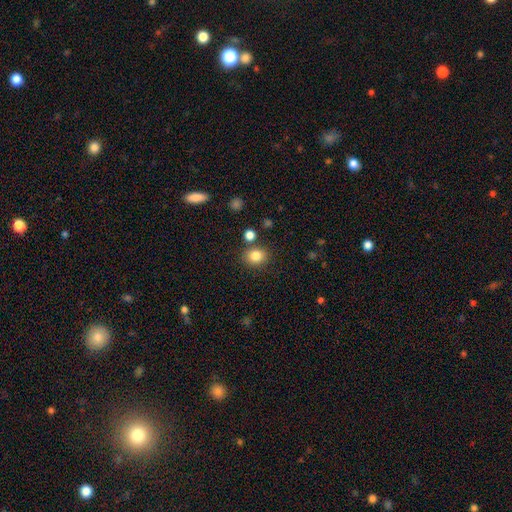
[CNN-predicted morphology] This appears to be a smooth galaxy with no disk features (83%) that is round (70%). Merging: none (81%).